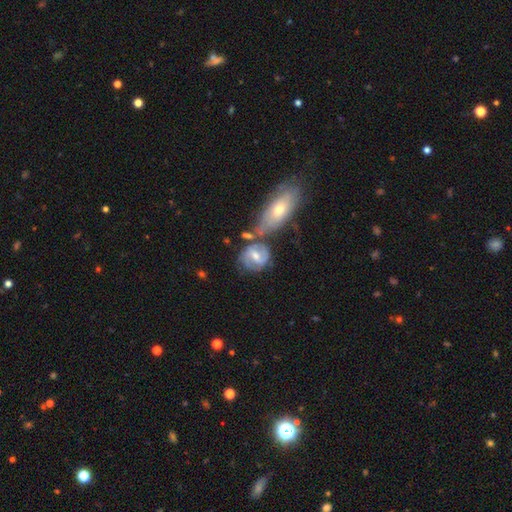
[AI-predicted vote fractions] This appears to be a featured or disk galaxy (73%) with a weak bar (53%), 2 (64%) medium (42%) spiral arms (89%) and a moderate central bulge (61%). Merging: none (45%).